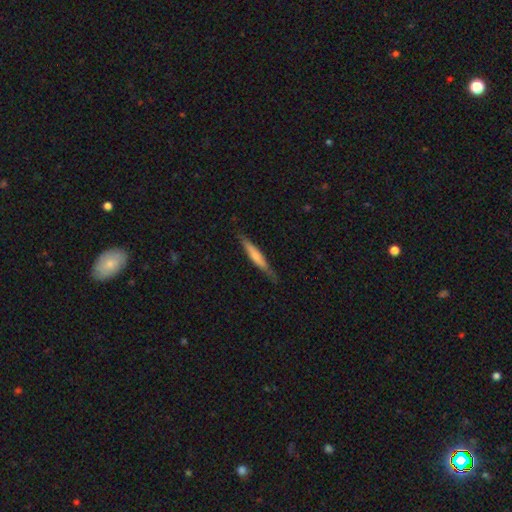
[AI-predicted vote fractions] Smooth or featured: smooth — 58% (featured or disk — 37%)
How rounded: cigar-shaped — 92% (in between — 7%)
Merging: none — 80% (minor disturbance — 16%)